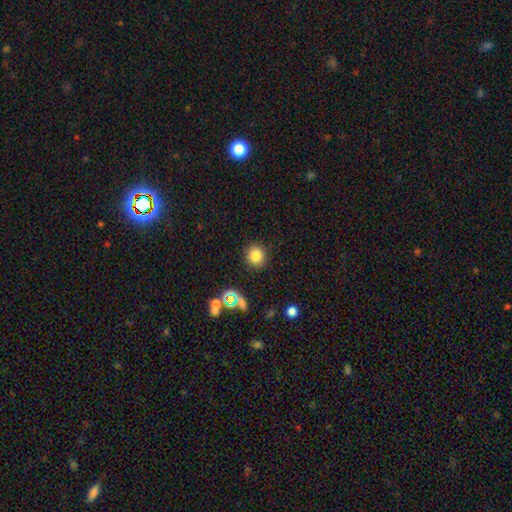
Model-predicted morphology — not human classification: Smooth or featured? Predicted: smooth (p=0.79). How rounded? Predicted: round (p=0.92). Merging? Predicted: none (p=0.88).